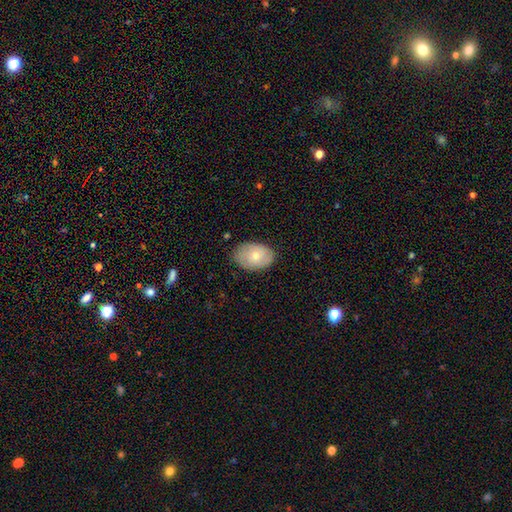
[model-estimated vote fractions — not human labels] A smooth galaxy with no disk features (73%) that is in between round and cigar-shaped (86%). Merging: none (78%).